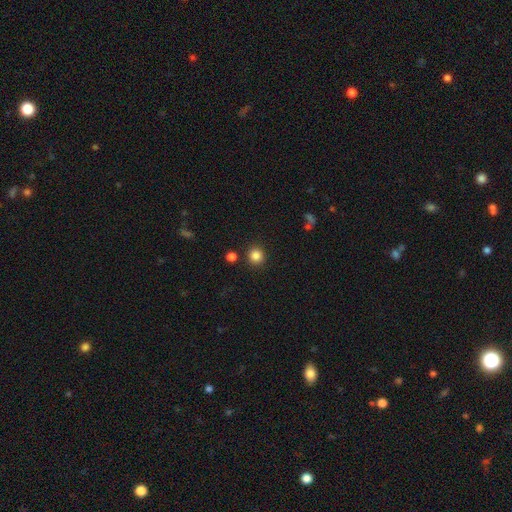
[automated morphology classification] Smooth or featured? Predicted: smooth (p=0.84). How rounded? Predicted: round (p=0.92). Merging? Predicted: none (p=0.88).